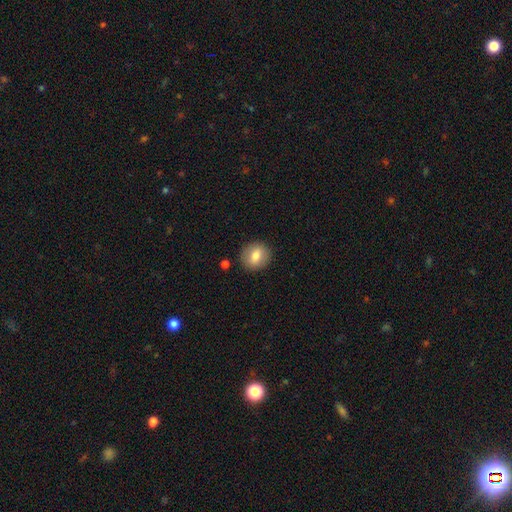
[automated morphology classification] This appears to be a smooth galaxy with no disk features (76%) that is round (74%). Merging: none (88%).